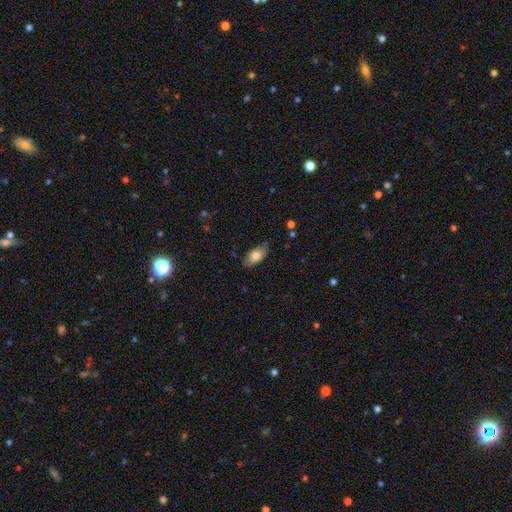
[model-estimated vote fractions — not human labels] The model was most divided on "smooth or featured": smooth: 74%, featured or disk: 19%, star or artifact: 7%. More confident: how rounded — in between (90%); merging — none (76%).